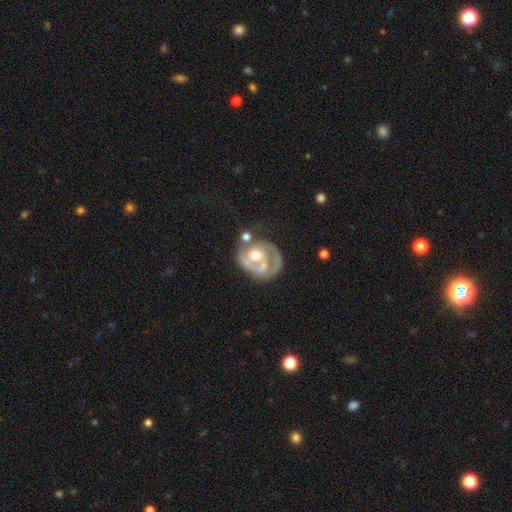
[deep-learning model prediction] Smooth or featured: featured or disk — 81% (smooth — 14%)
Edge-on disk: no — 98% (yes — 2%)
Bar: no — 69% (weak — 25%)
Spiral arms: yes — 81% (no — 19%)
Spiral winding: tight — 51% (medium — 35%)
Spiral arm count: 2 — 44% (1 — 27%)
Bulge size: moderate — 70% (small — 17%)
Merging: none — 44% (minor disturbance — 22%)